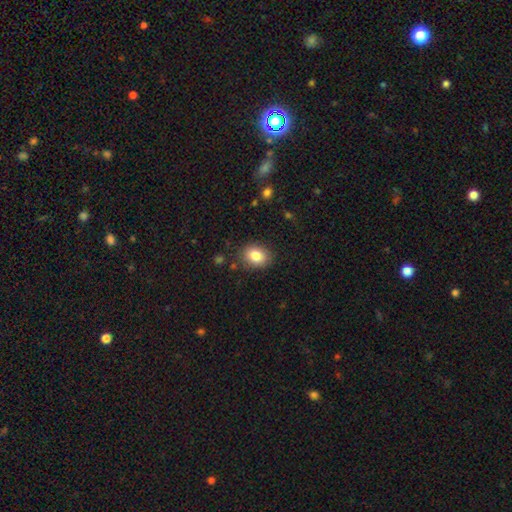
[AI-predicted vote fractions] Morphology: type=smooth (84%); roundness=in between (60%); merging=none (85%).